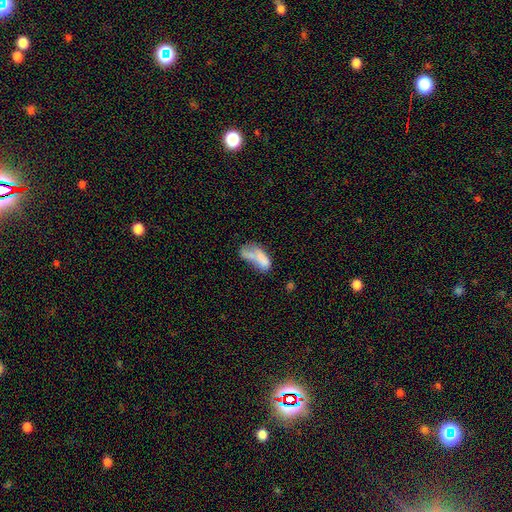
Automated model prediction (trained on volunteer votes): smooth_or_featured: smooth (p=0.62) [alt: featured or disk p=0.28]
how_rounded: in between (p=0.86) [alt: cigar-shaped p=0.10]
merging: merger (p=0.43) [alt: none p=0.20]